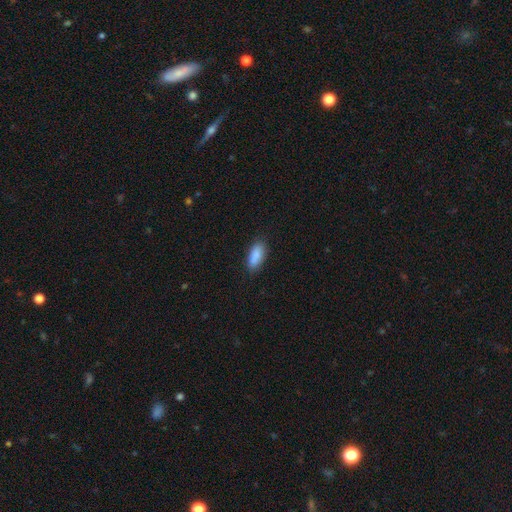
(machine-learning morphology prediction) This is clearly a smooth galaxy (89%). How rounded: clearly in between (82%). Merging: clearly none (85%).